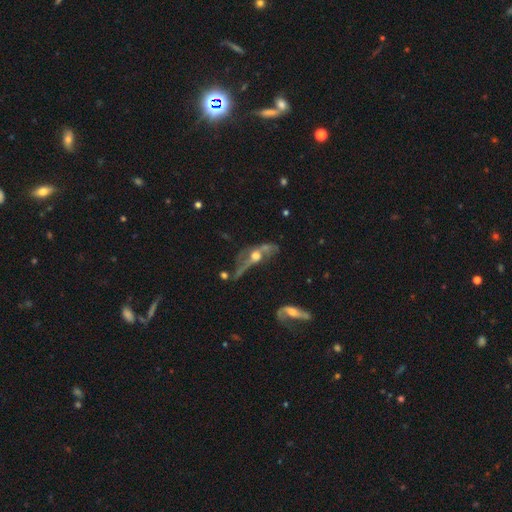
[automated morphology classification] The model was most divided on "merging": major disturbance: 37%, none: 27%, merger: 20%, minor disturbance: 16%. More confident: smooth or featured — featured or disk (67%); edge-on disk — no (67%).